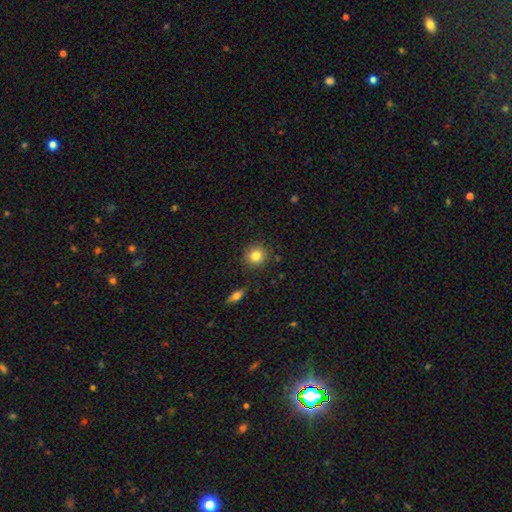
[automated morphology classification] type=smooth (83%); roundness=round (87%); merging=none (86%).